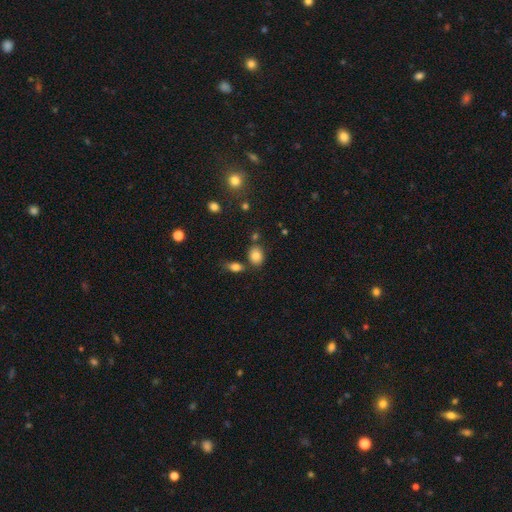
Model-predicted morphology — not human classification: Smooth or featured?
  - smooth: 83% *
  - star or artifact: 10%
  - featured or disk: 7%
How rounded?
  - in between: 64% *
  - round: 34%
  - cigar-shaped: 1%
Merging?
  - none: 69% *
  - minor disturbance: 14%
  - merger: 13%
  - major disturbance: 4%